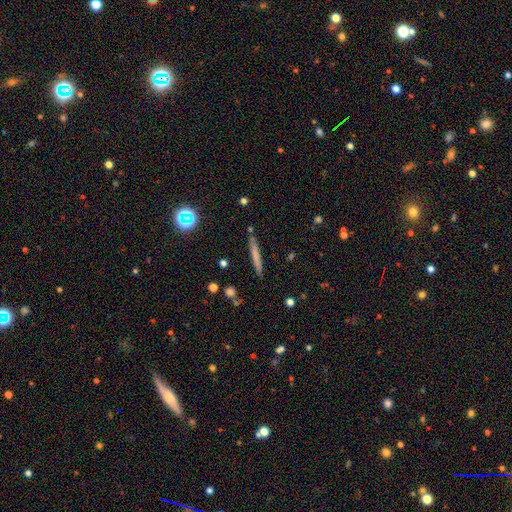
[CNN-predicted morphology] The model was most divided on "smooth or featured": smooth: 64%, featured or disk: 27%, star or artifact: 9%. More confident: how rounded — cigar-shaped (95%); merging — none (87%).